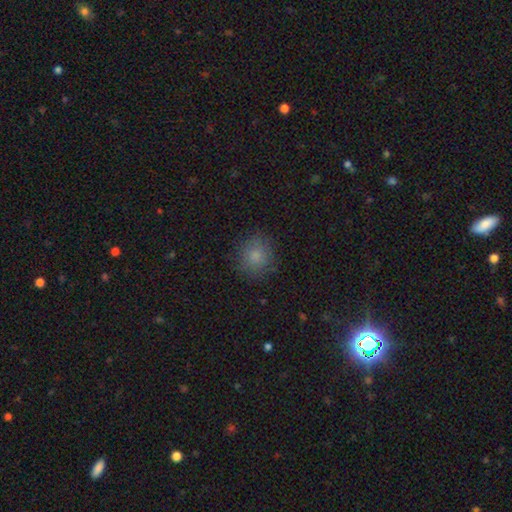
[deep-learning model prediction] Q: Smooth or featured?
A: smooth (82%); runner-up: star or artifact (11%)
Q: How rounded?
A: round (84%); runner-up: in between (15%)
Q: Merging?
A: none (84%); runner-up: minor disturbance (11%)